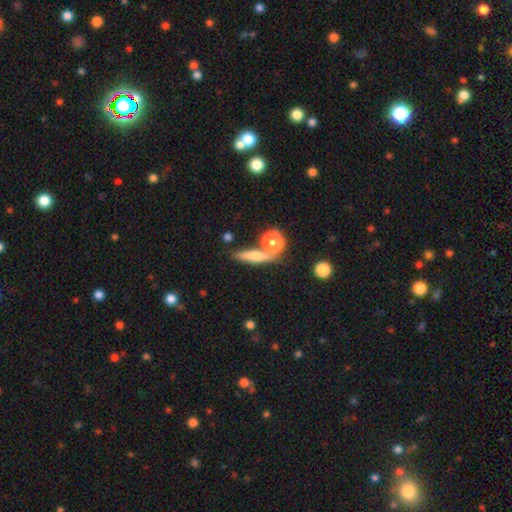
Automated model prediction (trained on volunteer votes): Morphology: type=smooth (54%); roundness=cigar-shaped (62%); merging=none (71%).